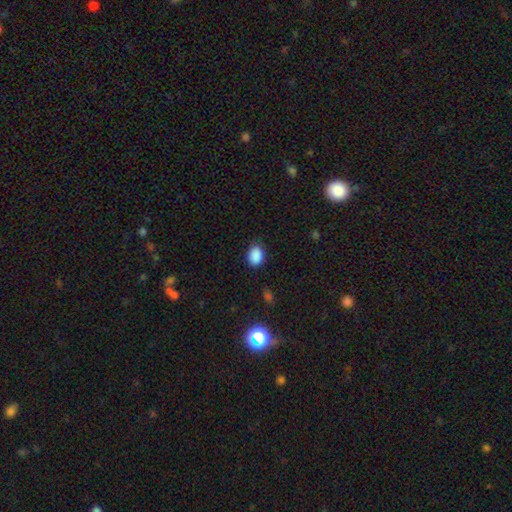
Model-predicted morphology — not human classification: This appears to be a smooth galaxy with no disk features (88%) that is in between round and cigar-shaped (71%). Merging: none (82%).